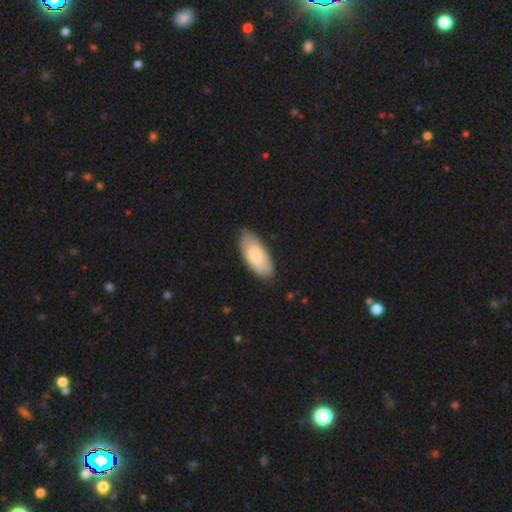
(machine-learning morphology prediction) type=smooth (73%); roundness=in between (91%); merging=none (77%).